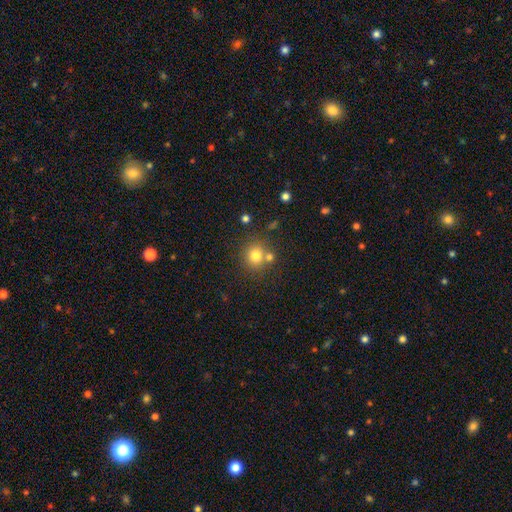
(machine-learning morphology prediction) This appears to be a smooth galaxy with no disk features (77%) that is round (88%). Merging: none (69%).